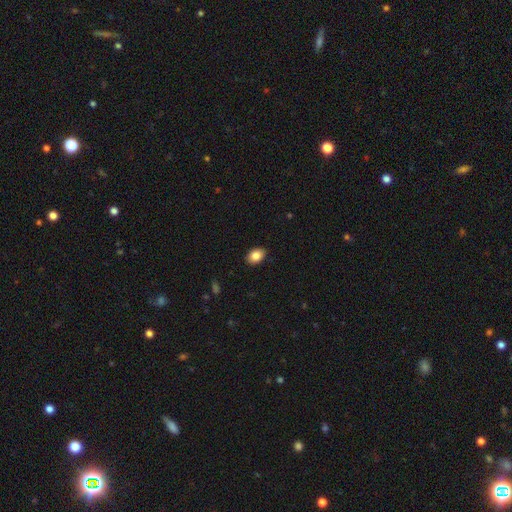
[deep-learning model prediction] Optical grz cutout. It shows a smooth galaxy with no disk features (86%) that is in between round and cigar-shaped (80%). Merging: none (89%).